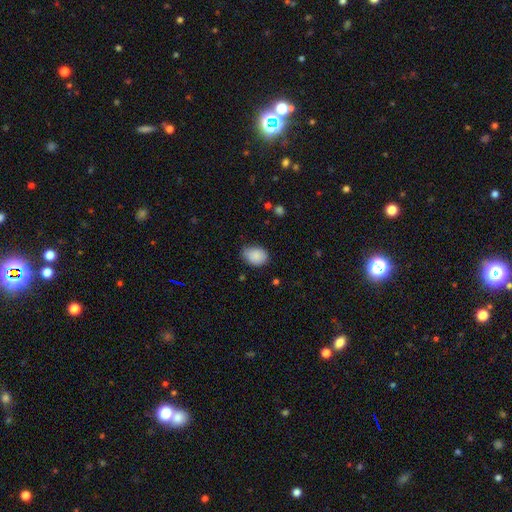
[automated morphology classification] Smooth or featured: smooth — 88% (star or artifact — 7%)
How rounded: in between — 69% (round — 30%)
Merging: none — 70% (minor disturbance — 25%)